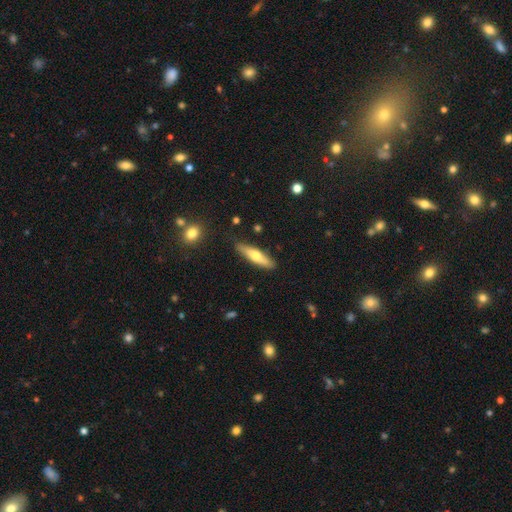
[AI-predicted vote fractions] This is possibly a smooth galaxy (56%). How rounded: likely cigar-shaped (76%). Merging: clearly none (84%).